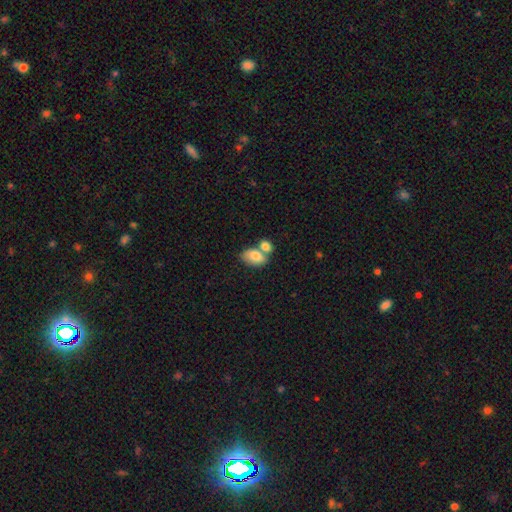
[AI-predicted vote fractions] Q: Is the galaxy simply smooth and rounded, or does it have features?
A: smooth — 78%.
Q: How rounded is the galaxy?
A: in between — 88%.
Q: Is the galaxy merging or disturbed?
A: merger — 57%.